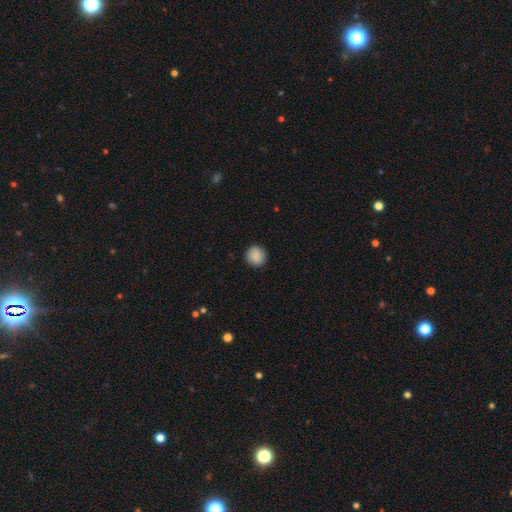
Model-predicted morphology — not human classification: Smooth or featured? smooth (89%)
How rounded? round (91%)
Merging? none (92%)